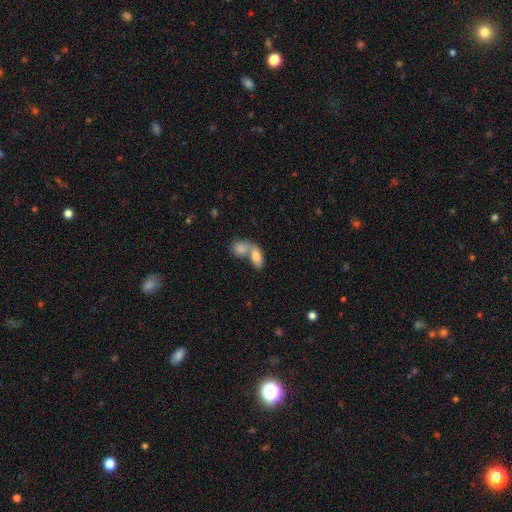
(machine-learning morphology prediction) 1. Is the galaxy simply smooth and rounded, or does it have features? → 80% smooth, 13% featured or disk, 7% star or artifact.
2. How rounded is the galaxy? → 89% in between, 7% round, 3% cigar-shaped.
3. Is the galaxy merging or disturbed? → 69% merger, 20% none, 7% minor disturbance, 4% major disturbance.